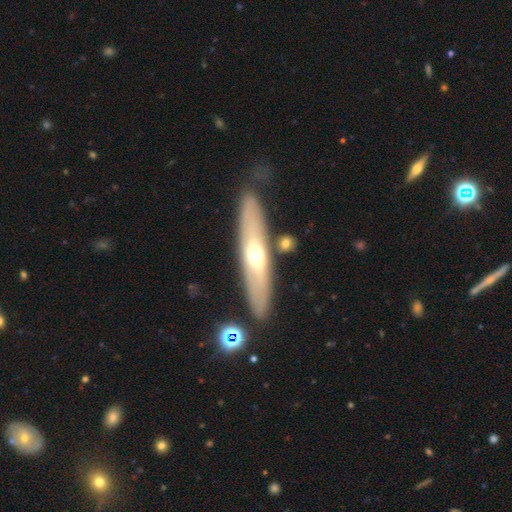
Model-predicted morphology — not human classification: Smooth or featured? Predicted: featured or disk (p=0.57). Edge-on disk? Predicted: yes (p=0.67). Merging? Predicted: none (p=0.81).